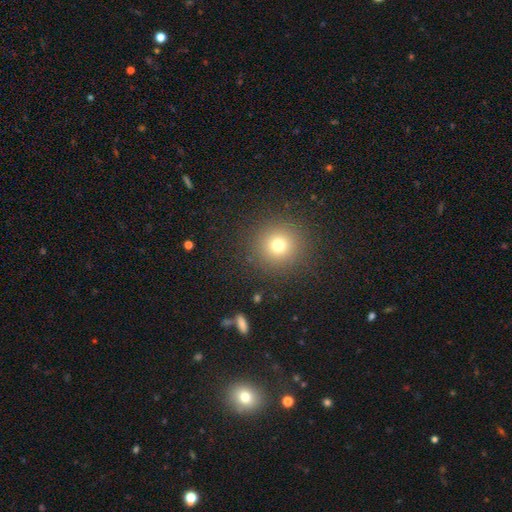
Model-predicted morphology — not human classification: This is possibly a smooth galaxy (60%). How rounded: clearly round (94%). Merging: clearly none (91%).